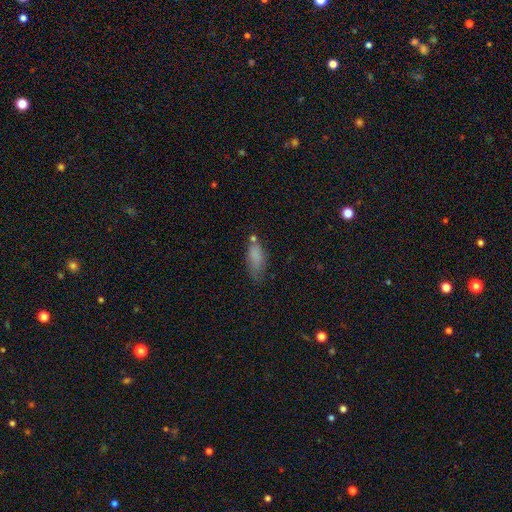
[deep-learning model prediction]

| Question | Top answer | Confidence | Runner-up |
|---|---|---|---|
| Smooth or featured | smooth | 80% | featured or disk (10%) |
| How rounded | in between | 78% | cigar-shaped (19%) |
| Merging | none | 49% | minor disturbance (30%) |